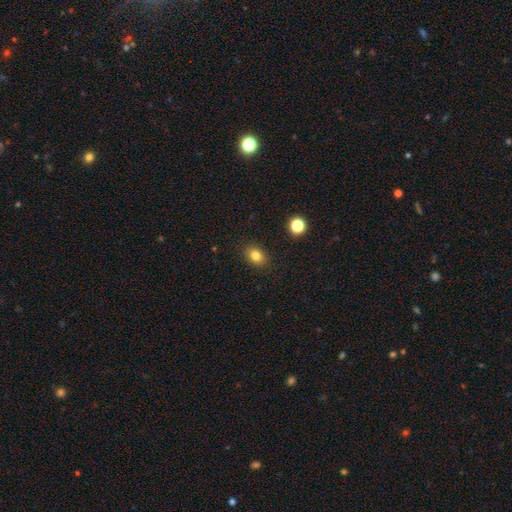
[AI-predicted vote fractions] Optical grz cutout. It shows a smooth galaxy with no disk features (82%) that is in between round and cigar-shaped (68%). Merging: none (88%).